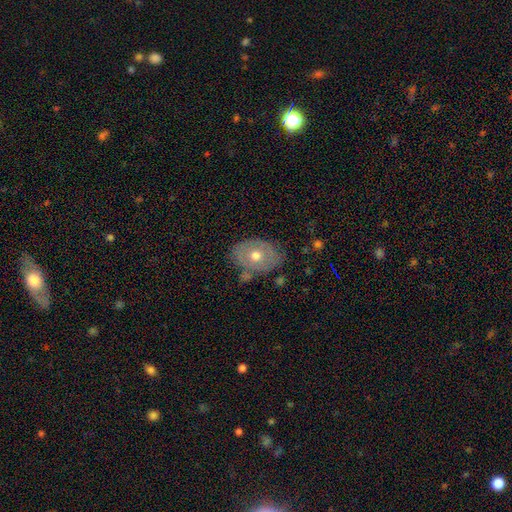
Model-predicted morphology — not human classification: Smooth or featured? Predicted: smooth (p=0.49). Merging? Predicted: none (p=0.68).